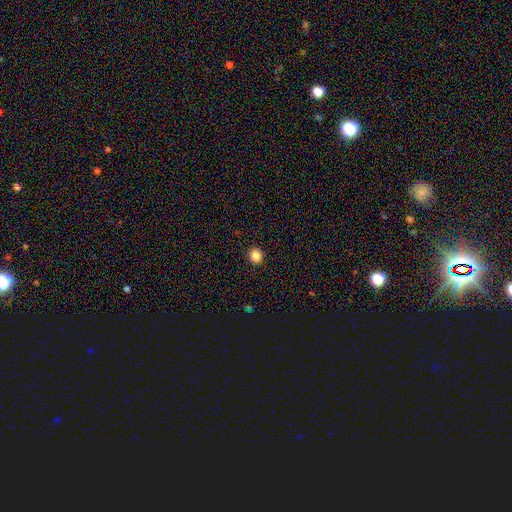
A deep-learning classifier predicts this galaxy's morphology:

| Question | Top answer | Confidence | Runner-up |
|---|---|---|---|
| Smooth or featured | smooth | 85% | star or artifact (11%) |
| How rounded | round | 89% | in between (10%) |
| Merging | none | 92% | minor disturbance (5%) |